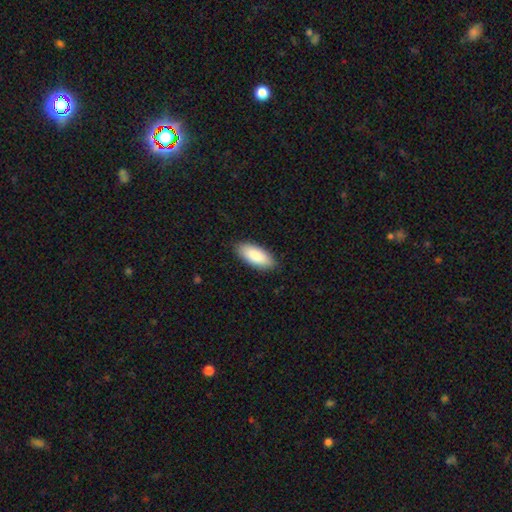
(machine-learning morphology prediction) smooth 87%, featured or disk 7%, star or artifact 5%. Down the decision tree: how rounded — in between (86%); merging — none (87%).